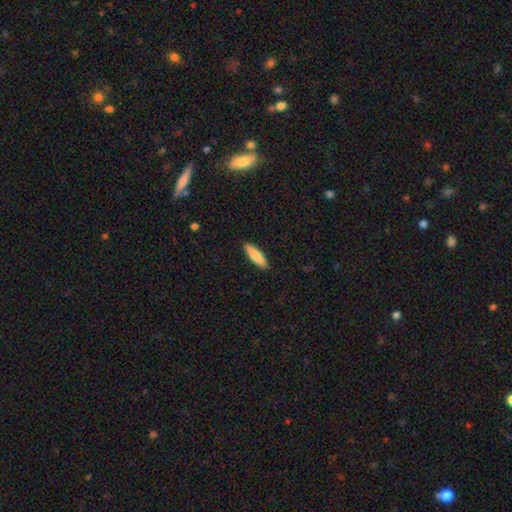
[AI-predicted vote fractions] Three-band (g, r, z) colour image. It shows a smooth galaxy with no disk features (82%) that is cigar-shaped (61%). Merging: none (90%).